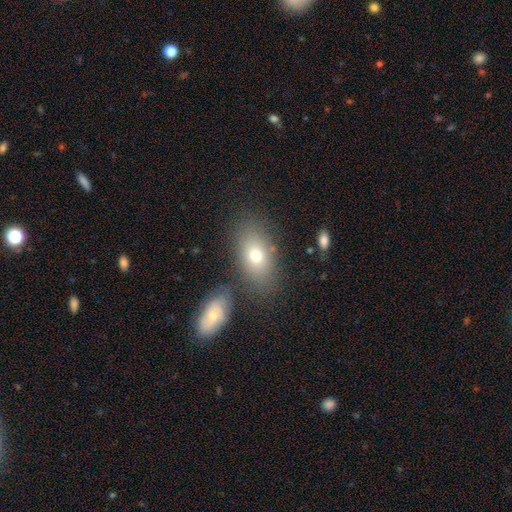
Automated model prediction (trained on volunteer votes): smooth 73%, featured or disk 17%, star or artifact 10%. Down the decision tree: how rounded — in between (86%); merging — none (74%).